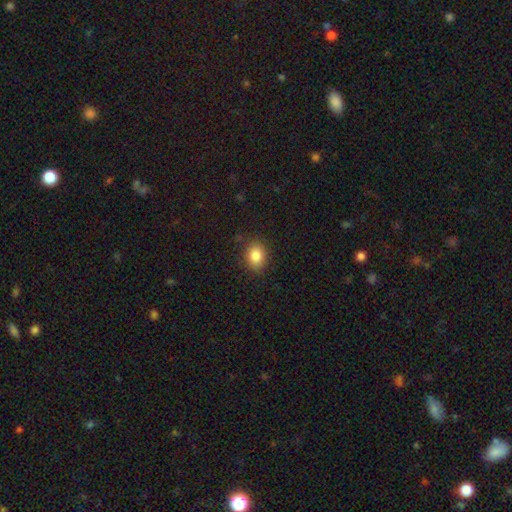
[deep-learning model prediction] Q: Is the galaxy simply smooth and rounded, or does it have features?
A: smooth — 85%.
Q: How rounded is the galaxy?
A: in between — 61%.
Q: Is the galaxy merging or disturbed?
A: none — 85%.